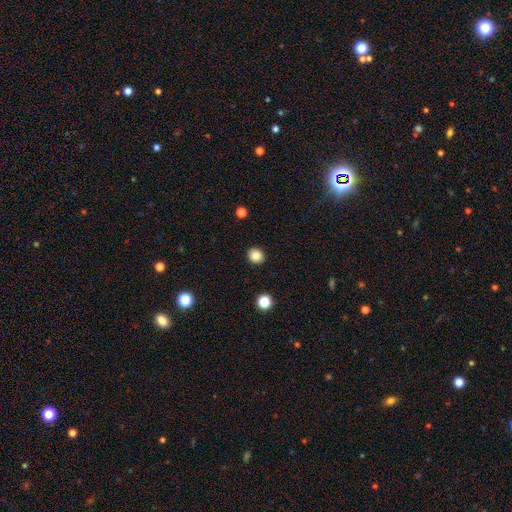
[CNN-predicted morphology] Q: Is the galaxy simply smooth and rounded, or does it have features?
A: smooth — 85%.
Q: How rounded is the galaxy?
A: round — 74%.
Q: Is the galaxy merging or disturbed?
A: none — 91%.